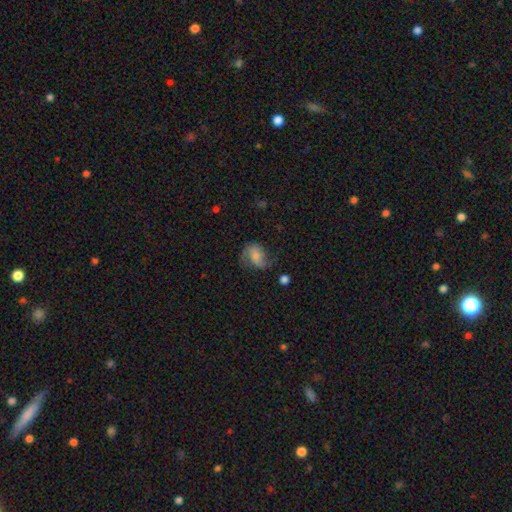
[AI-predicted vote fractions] The model was most divided on "smooth or featured": smooth: 47%, featured or disk: 44%, star or artifact: 9%. More confident: merging — none (50%).